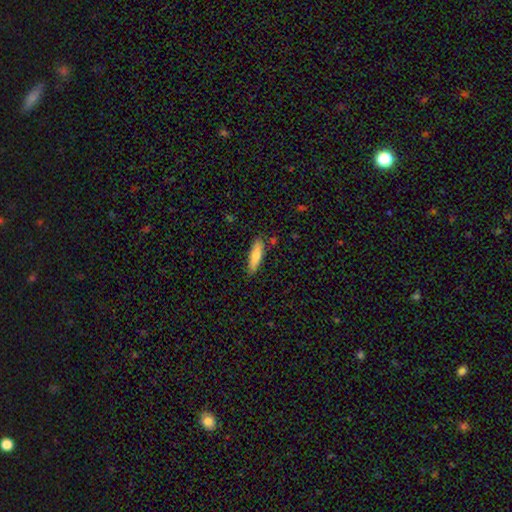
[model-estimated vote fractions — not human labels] Smooth or featured? Predicted: smooth (p=0.71). How rounded? Predicted: cigar-shaped (p=0.67). Merging? Predicted: none (p=0.83).